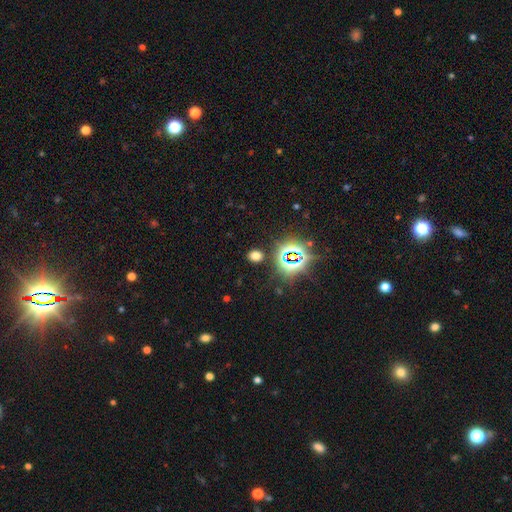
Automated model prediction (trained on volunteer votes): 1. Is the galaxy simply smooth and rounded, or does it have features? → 61% smooth, 34% star or artifact, 6% featured or disk.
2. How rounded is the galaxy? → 50% round, 48% in between, 2% cigar-shaped.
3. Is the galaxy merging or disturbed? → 86% none, 8% minor disturbance, 3% major disturbance, 3% merger.